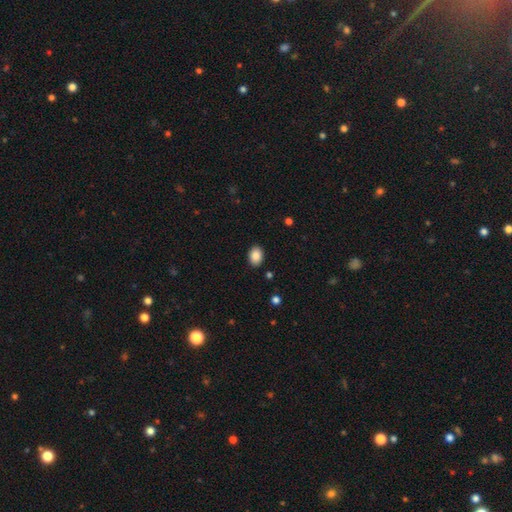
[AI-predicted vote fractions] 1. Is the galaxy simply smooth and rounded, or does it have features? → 88% smooth, 8% star or artifact, 4% featured or disk.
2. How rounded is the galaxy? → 75% in between, 24% round, 1% cigar-shaped.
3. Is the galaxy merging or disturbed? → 88% none, 8% minor disturbance, 2% major disturbance, 1% merger.